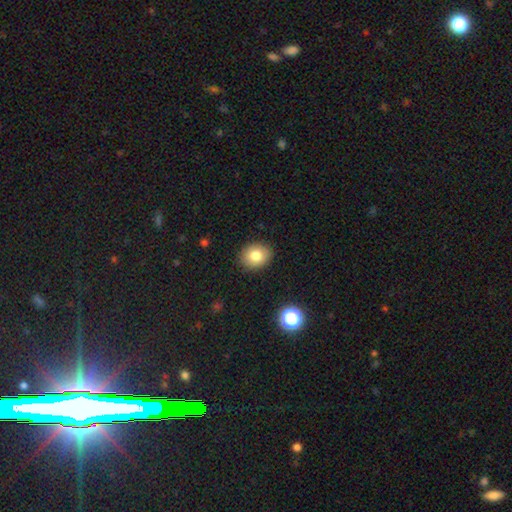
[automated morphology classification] Overall: smooth (80%). How rounded: round (52%; in between 47%). Merging: none (89%).